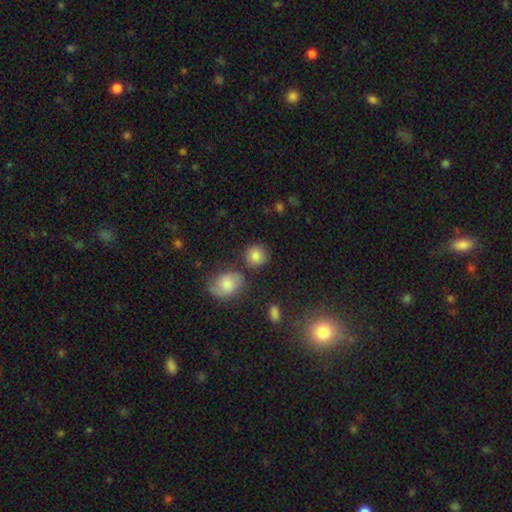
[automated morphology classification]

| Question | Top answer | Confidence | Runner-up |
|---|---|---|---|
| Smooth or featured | smooth | 84% | star or artifact (9%) |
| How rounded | round | 84% | in between (15%) |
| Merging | none | 76% | minor disturbance (11%) |